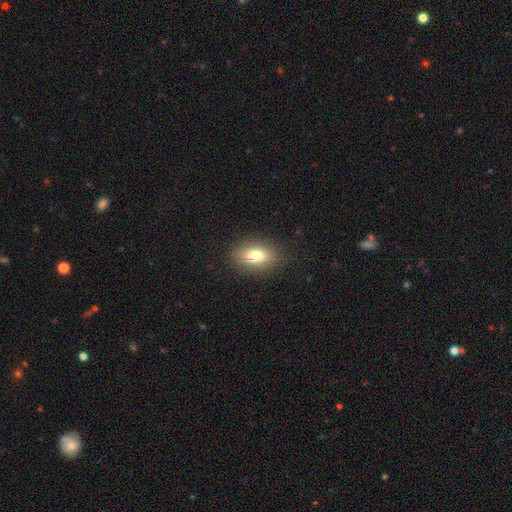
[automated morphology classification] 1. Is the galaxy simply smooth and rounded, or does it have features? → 77% smooth, 14% featured or disk, 10% star or artifact.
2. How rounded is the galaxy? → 82% in between, 14% round, 5% cigar-shaped.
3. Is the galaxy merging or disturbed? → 87% none, 9% minor disturbance, 3% major disturbance, 1% merger.